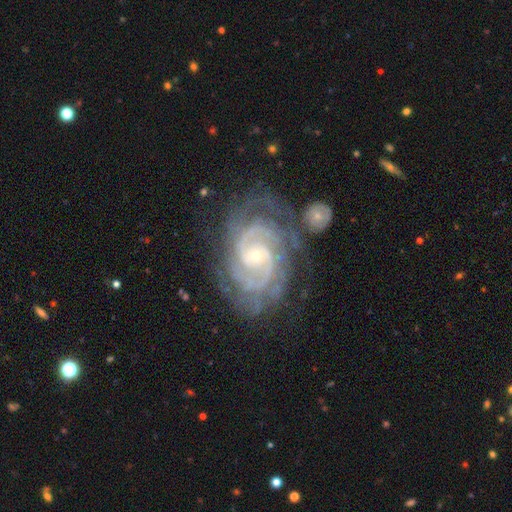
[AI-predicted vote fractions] Smooth or featured? Predicted: featured or disk (p=0.92). Edge-on disk? Predicted: no (p=0.97). Bar? Predicted: no (p=0.62). Spiral arms? Predicted: yes (p=0.98). Spiral winding? Predicted: tight (p=0.72). Spiral arm count? Predicted: 2 (p=0.35). Bulge size? Predicted: small (p=0.79). Merging? Predicted: none (p=0.61).